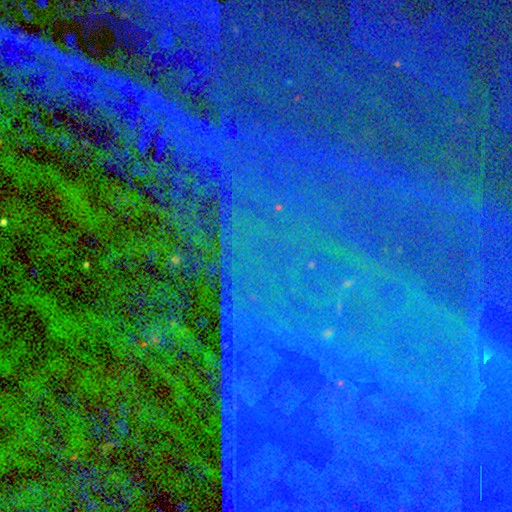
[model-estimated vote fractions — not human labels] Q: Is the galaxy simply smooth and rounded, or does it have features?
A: star or artifact — 86%.